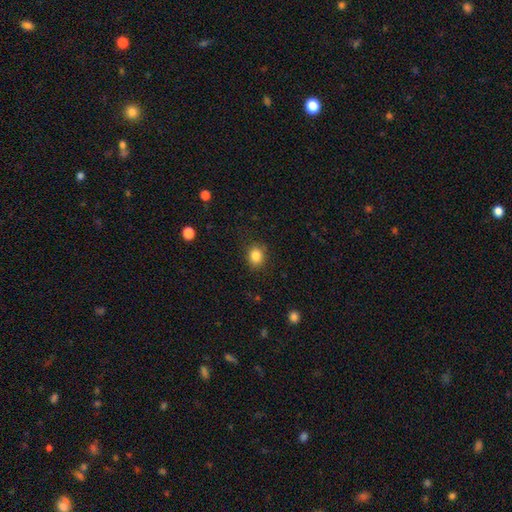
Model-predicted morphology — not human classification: Overall: smooth (85%). How rounded: round (65%; in between 34%). Merging: none (86%).